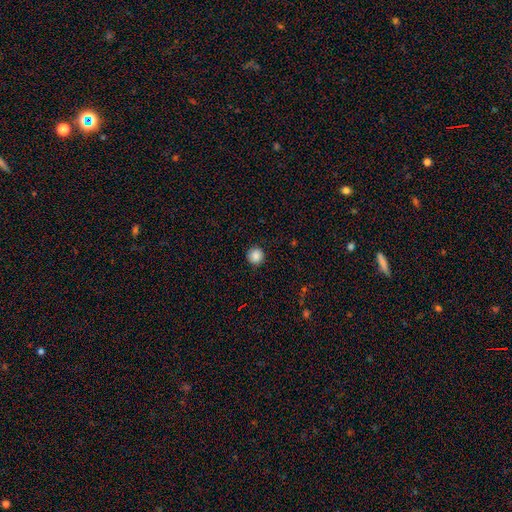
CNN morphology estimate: Q: Smooth or featured?
A: smooth (87%); runner-up: star or artifact (10%)
Q: How rounded?
A: round (95%); runner-up: in between (4%)
Q: Merging?
A: none (91%); runner-up: minor disturbance (7%)